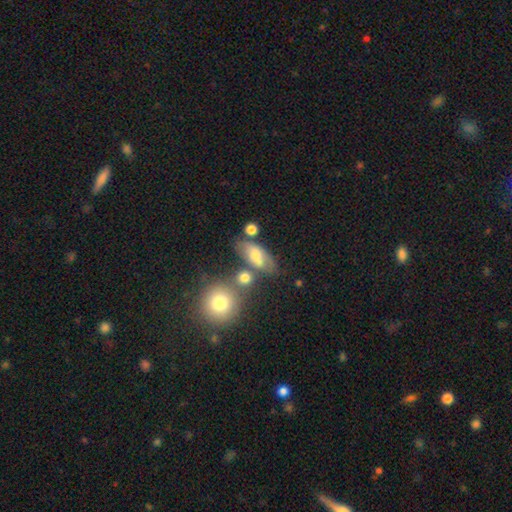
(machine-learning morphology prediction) smooth-or-featured: smooth: 59% | featured or disk: 30% | star or artifact: 11%
  how-rounded: in between: 81% | round: 11% | cigar-shaped: 8%
  merging: none: 54% | minor disturbance: 19% | merger: 19% | major disturbance: 9%